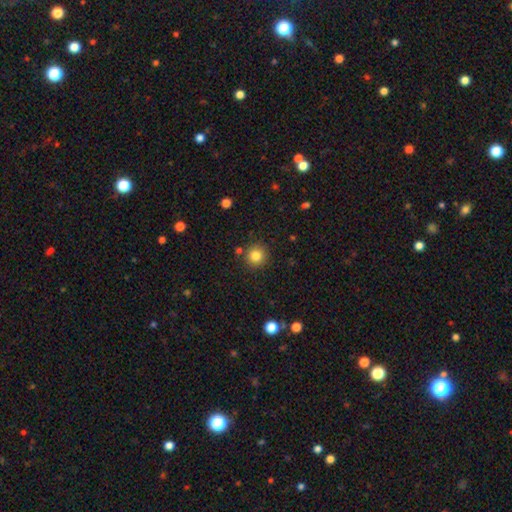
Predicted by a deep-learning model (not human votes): Smooth or featured? Predicted: smooth (p=0.83). How rounded? Predicted: round (p=0.94). Merging? Predicted: none (p=0.86).